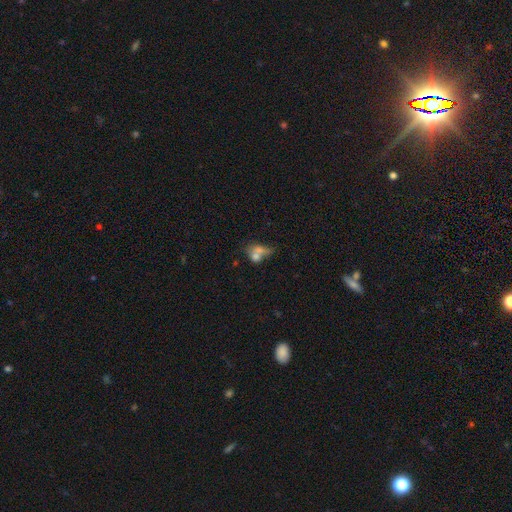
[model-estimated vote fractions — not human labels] A smooth galaxy with no disk features (65%) that is in between round and cigar-shaped (59%).

Vote fractions:
- Smooth or featured? smooth: 65% / featured or disk: 23% / star or artifact: 12%
- How rounded? in between: 59% / round: 35% / cigar-shaped: 5%
- Merging? merger: 56% / none: 21% / major disturbance: 13% / minor disturbance: 11%